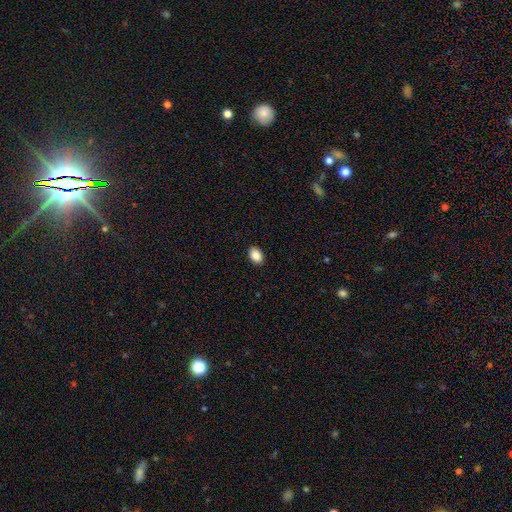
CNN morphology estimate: A smooth galaxy with no disk features (88%) that is in between round and cigar-shaped (83%). Merging: none (91%).